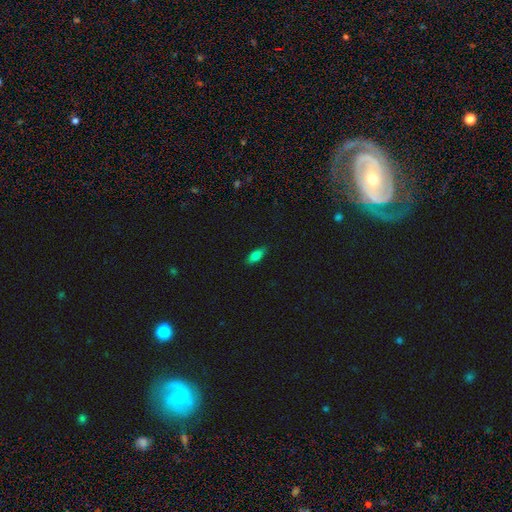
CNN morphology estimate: Q: Smooth or featured?
A: smooth (77%); runner-up: featured or disk (14%)
Q: How rounded?
A: in between (77%); runner-up: cigar-shaped (20%)
Q: Merging?
A: none (85%); runner-up: minor disturbance (11%)